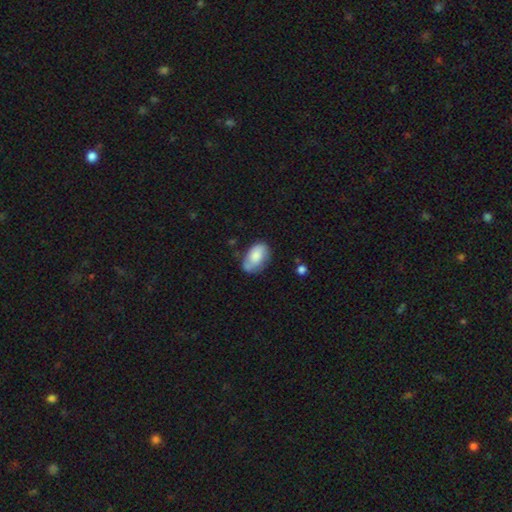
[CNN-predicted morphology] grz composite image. It shows a smooth galaxy with no disk features (73%) that is in between round and cigar-shaped (92%). Merging: none (55%).